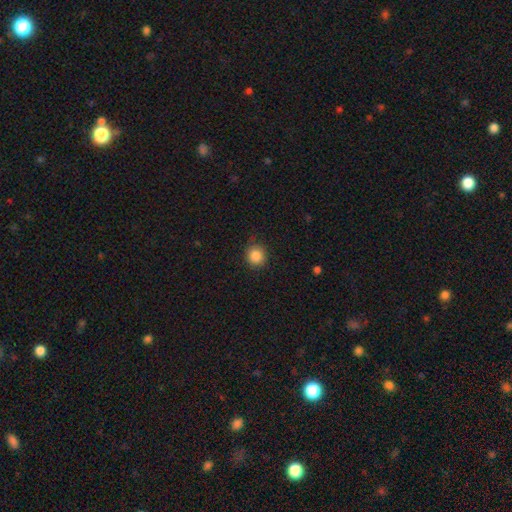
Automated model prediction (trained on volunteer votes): smooth 86%, star or artifact 10%, featured or disk 4%. Down the decision tree: how rounded — round (89%); merging — none (80%).